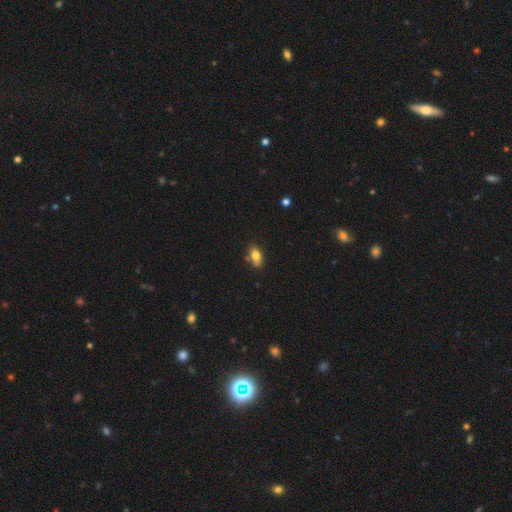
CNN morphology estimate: Q: Smooth or featured?
A: smooth (78%); runner-up: featured or disk (13%)
Q: How rounded?
A: in between (85%); runner-up: round (11%)
Q: Merging?
A: none (64%); runner-up: minor disturbance (22%)